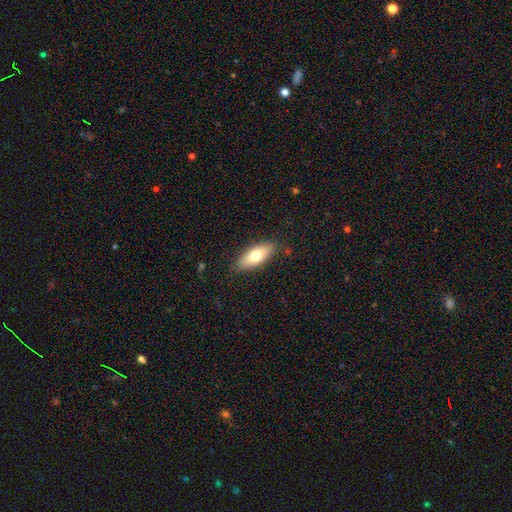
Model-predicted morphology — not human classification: smooth 70%, featured or disk 24%, star or artifact 7%. Down the decision tree: how rounded — in between (76%); merging — none (86%).